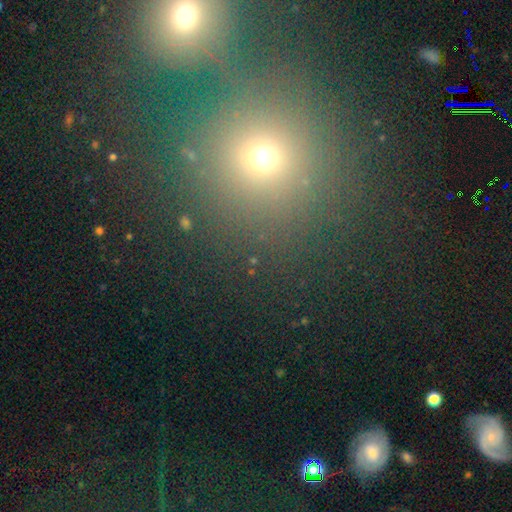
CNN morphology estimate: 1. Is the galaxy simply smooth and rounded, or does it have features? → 52% smooth, 38% star or artifact, 10% featured or disk.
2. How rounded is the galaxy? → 91% round, 8% in between, 1% cigar-shaped.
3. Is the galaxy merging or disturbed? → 73% none, 15% merger, 7% minor disturbance, 5% major disturbance.